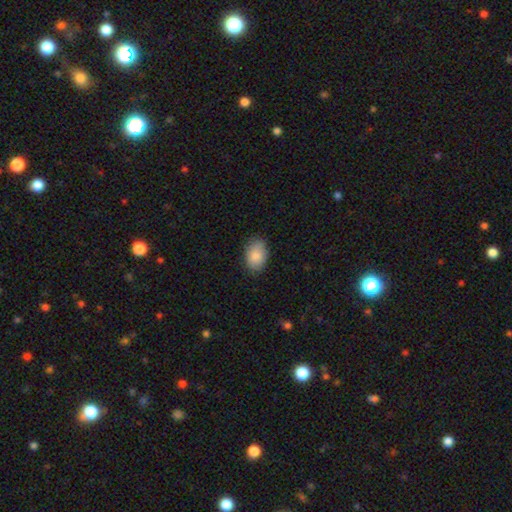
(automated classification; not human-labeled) Q: Smooth or featured?
A: smooth (85%); runner-up: featured or disk (8%)
Q: How rounded?
A: in between (83%); runner-up: round (16%)
Q: Merging?
A: none (78%); runner-up: minor disturbance (18%)